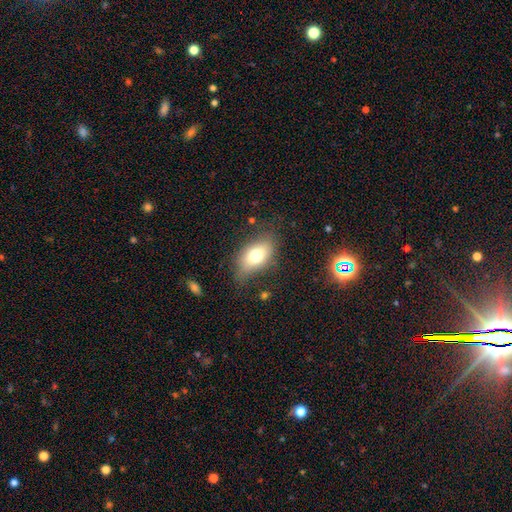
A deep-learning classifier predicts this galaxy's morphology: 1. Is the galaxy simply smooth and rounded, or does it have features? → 71% smooth, 20% featured or disk, 9% star or artifact.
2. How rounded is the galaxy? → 86% in between, 10% round, 4% cigar-shaped.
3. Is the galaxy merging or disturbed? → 69% none, 22% minor disturbance, 7% major disturbance, 2% merger.